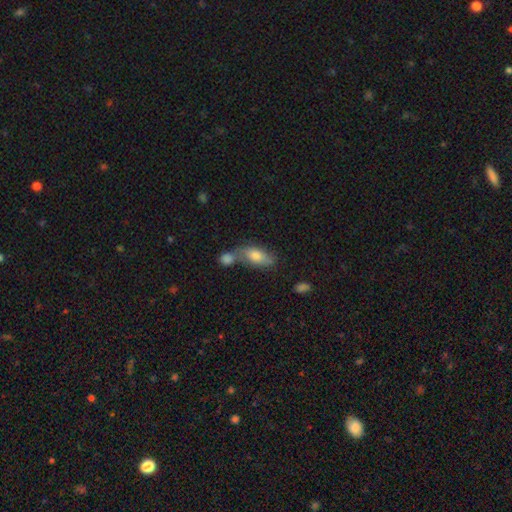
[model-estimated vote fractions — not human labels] Smooth or featured? smooth (72%)
How rounded? in between (81%)
Merging? merger (44%)